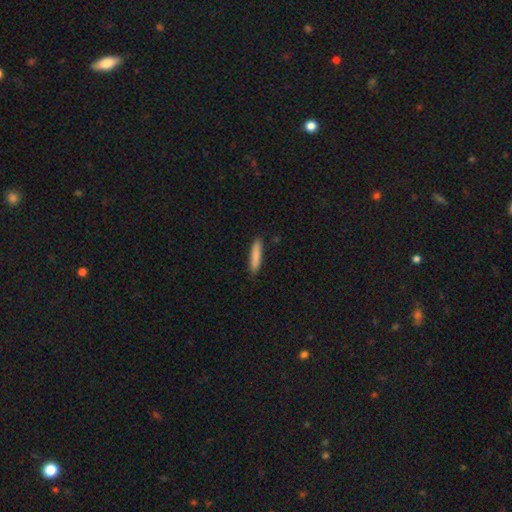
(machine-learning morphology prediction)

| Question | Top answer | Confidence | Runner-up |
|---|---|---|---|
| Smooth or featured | smooth | 86% | featured or disk (9%) |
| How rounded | cigar-shaped | 86% | in between (12%) |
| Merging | none | 89% | minor disturbance (8%) |